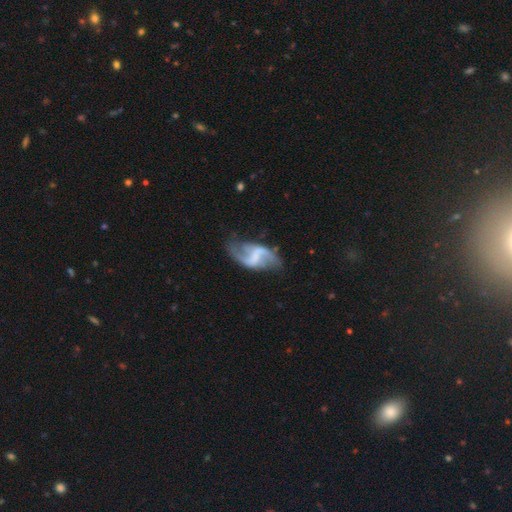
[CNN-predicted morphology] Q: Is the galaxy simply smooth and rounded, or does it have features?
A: featured or disk — 85%.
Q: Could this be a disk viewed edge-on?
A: no — 98%.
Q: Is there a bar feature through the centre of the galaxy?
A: weak — 47%.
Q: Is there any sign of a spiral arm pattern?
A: yes — 93%.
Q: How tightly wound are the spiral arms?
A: loose — 73%.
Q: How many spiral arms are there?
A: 2 — 91%.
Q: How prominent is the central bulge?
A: none — 59%.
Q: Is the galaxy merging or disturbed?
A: none — 67%.